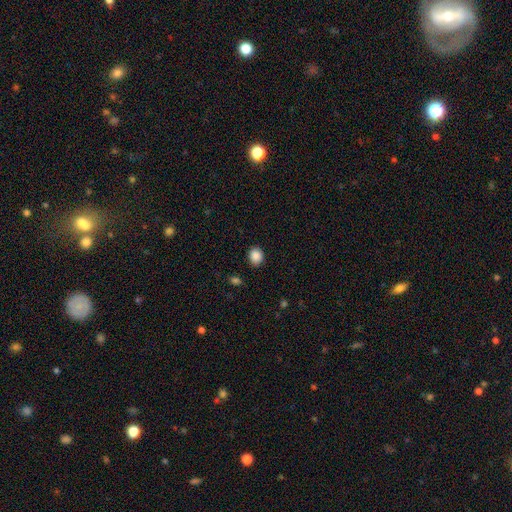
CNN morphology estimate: Smooth or featured? smooth (88%)
How rounded? round (66%)
Merging? none (87%)